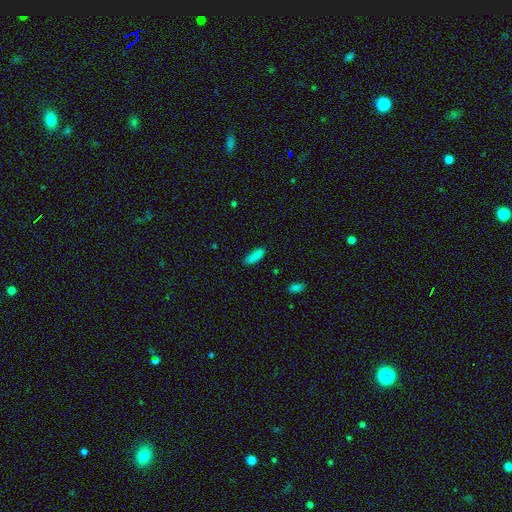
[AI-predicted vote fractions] The model was most divided on "how rounded": in between: 63%, cigar-shaped: 35%, round: 2%. More confident: smooth or featured — smooth (87%); merging — none (84%).